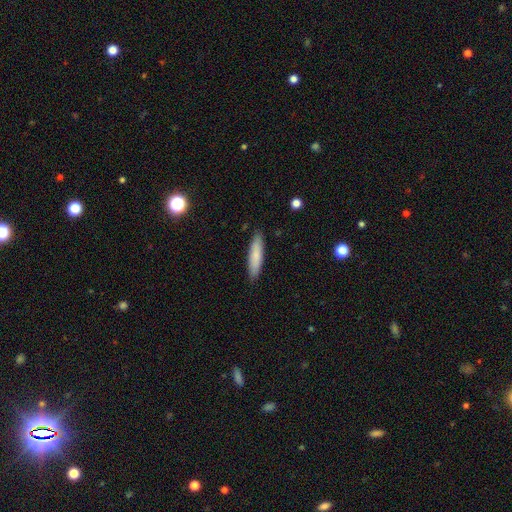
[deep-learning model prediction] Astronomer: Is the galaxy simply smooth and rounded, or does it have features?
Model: smooth — 80%.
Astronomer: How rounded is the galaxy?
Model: cigar-shaped — 78%.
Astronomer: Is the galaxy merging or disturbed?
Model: none — 88%.